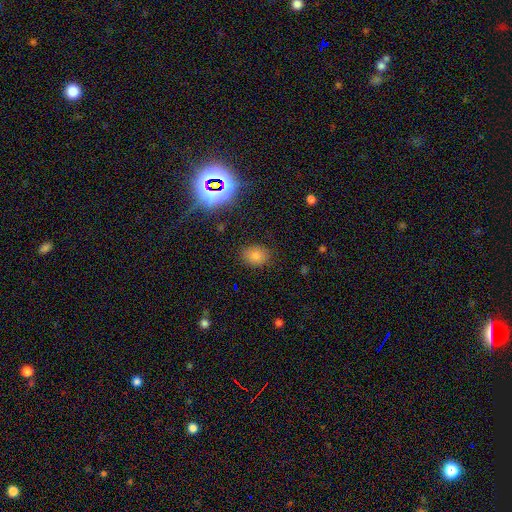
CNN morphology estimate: The model was most divided on "how rounded": in between: 54%, round: 45%, cigar-shaped: 1%. More confident: merging — none (84%); smooth or featured — smooth (73%).